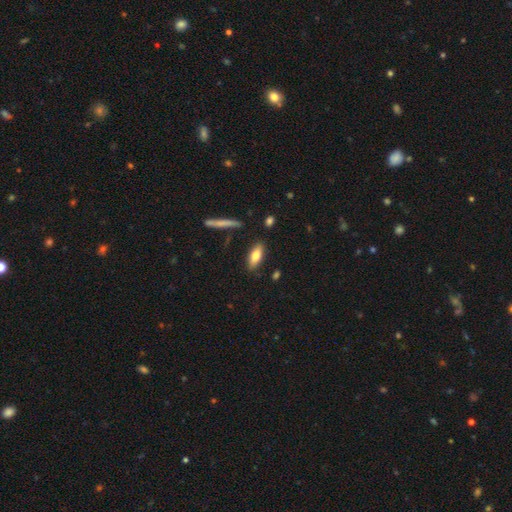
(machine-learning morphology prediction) The model was most divided on "how rounded": in between: 70%, cigar-shaped: 27%, round: 2%. More confident: merging — none (85%); smooth or featured — smooth (74%).